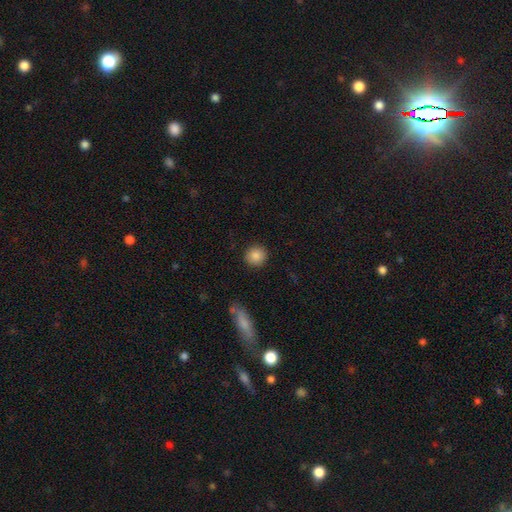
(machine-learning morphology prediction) Smooth or featured: smooth — 87% (star or artifact — 9%)
How rounded: round — 91% (in between — 8%)
Merging: none — 90% (minor disturbance — 6%)